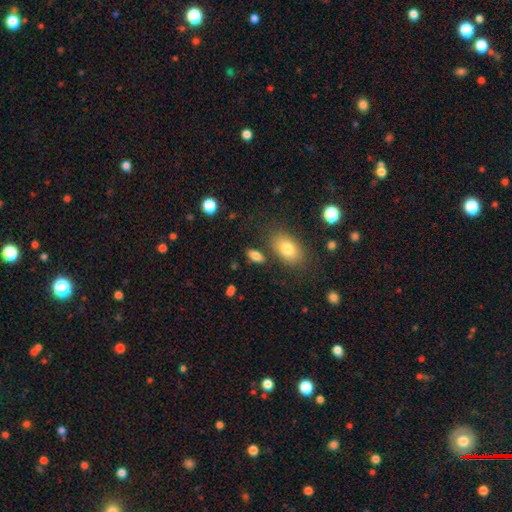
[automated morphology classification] Overall: smooth (82%). How rounded: in between (87%). Merging: none (76%).